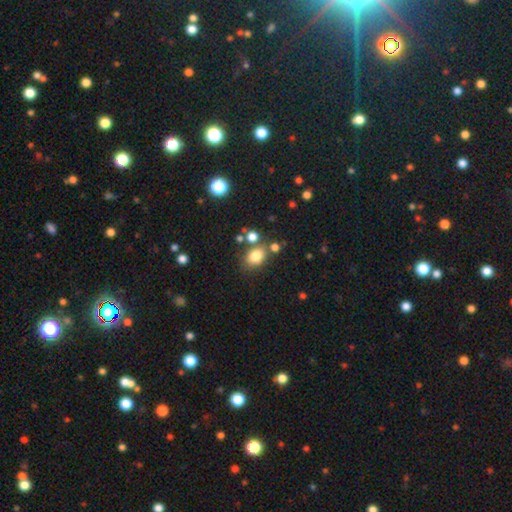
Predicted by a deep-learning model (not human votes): This appears to be a smooth galaxy with no disk features (79%) that is in between round and cigar-shaped (62%). Merging: none (66%).